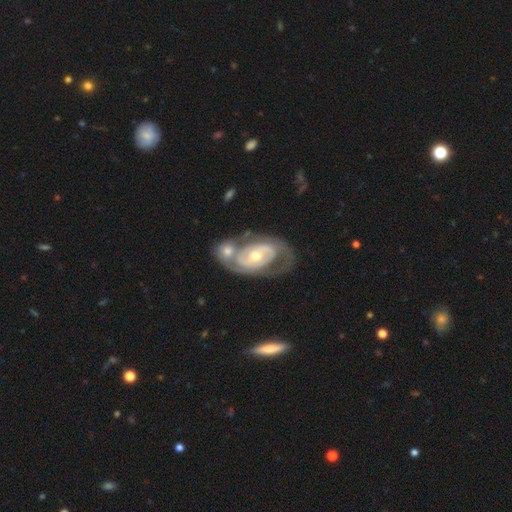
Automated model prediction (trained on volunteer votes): A featured or disk galaxy (83%) with no bar (56%), 2 (62%) tight (57%) spiral arms (83%) and a moderate central bulge (61%). Merging: none (37%).